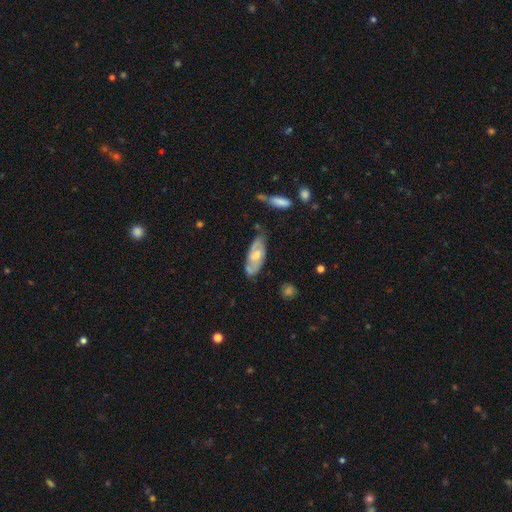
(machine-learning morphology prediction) Smooth or featured? featured or disk (54%)
Edge-on disk? no (85%)
Merging? none (68%)